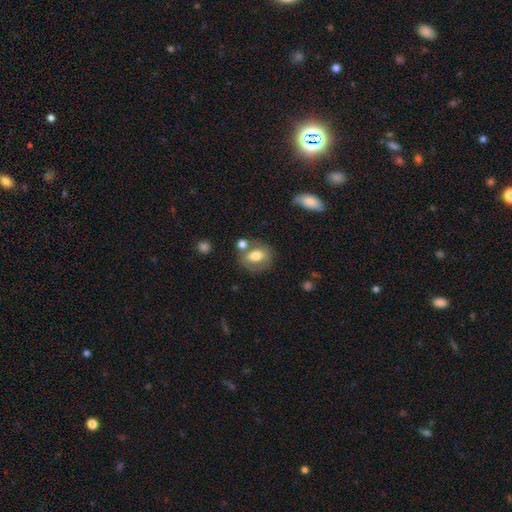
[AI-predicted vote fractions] This appears to be a smooth galaxy with no disk features (63%) that is in between round and cigar-shaped (54%). Merging: none (59%).